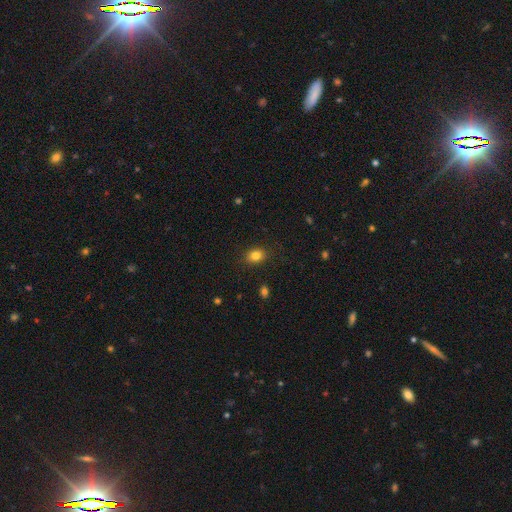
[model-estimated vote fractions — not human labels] smooth_or_featured: smooth (p=0.82) [alt: star or artifact p=0.11]
how_rounded: in between (p=0.60) [alt: round p=0.39]
merging: none (p=0.87) [alt: minor disturbance p=0.09]